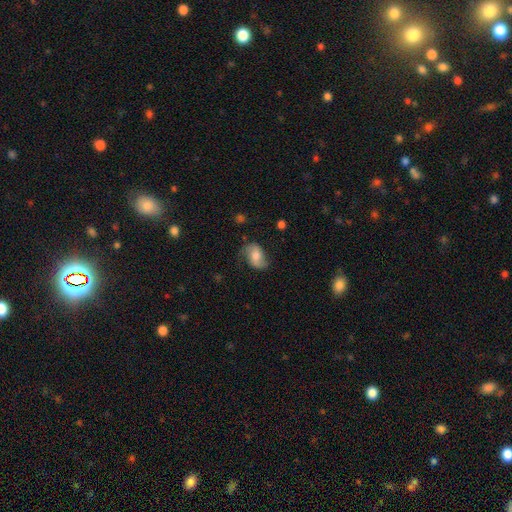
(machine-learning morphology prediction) A featured or disk galaxy (49%).

Vote fractions:
- Smooth or featured? featured or disk: 49% / smooth: 43% / star or artifact: 8%
- Merging? none: 63% / minor disturbance: 25% / major disturbance: 11% / merger: 2%